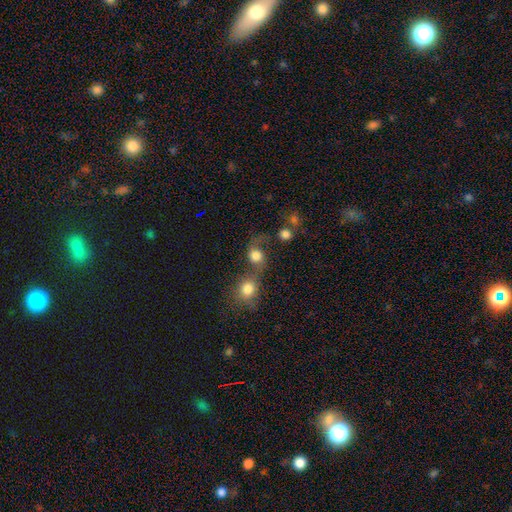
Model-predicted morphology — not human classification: Smooth or featured? smooth (65%)
How rounded? round (74%)
Merging? merger (51%)